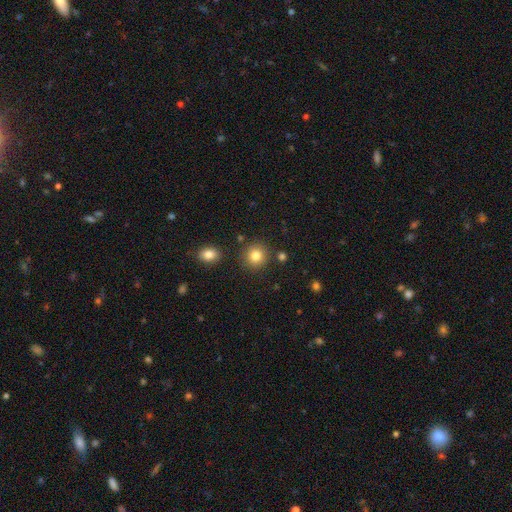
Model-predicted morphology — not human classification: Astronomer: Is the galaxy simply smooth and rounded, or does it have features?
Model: smooth — 83%.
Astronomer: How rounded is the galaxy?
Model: round — 90%.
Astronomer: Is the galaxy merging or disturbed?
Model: none — 86%.